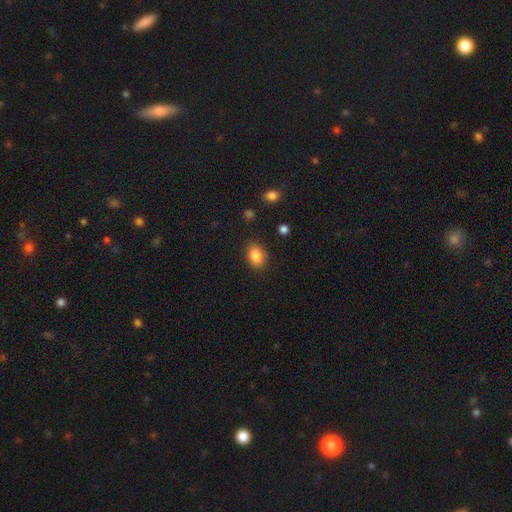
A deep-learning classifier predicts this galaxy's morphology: The model was most divided on "how rounded": in between: 78%, round: 21%, cigar-shaped: 1%. More confident: merging — none (86%); smooth or featured — smooth (86%).